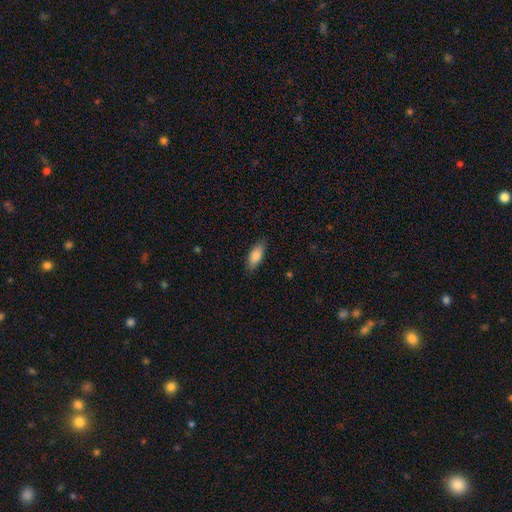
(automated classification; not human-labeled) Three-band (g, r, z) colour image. It shows a smooth galaxy with no disk features (83%) that is in between round and cigar-shaped (75%). Merging: none (86%).